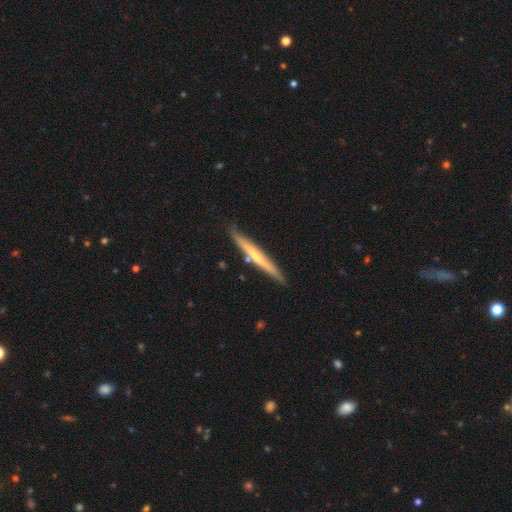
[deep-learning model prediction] Overall: featured or disk (53%; smooth 42%). Edge-on disk: yes (96%). Edge-on bulge: none (62%; rounded 31%). Merging: none (82%).